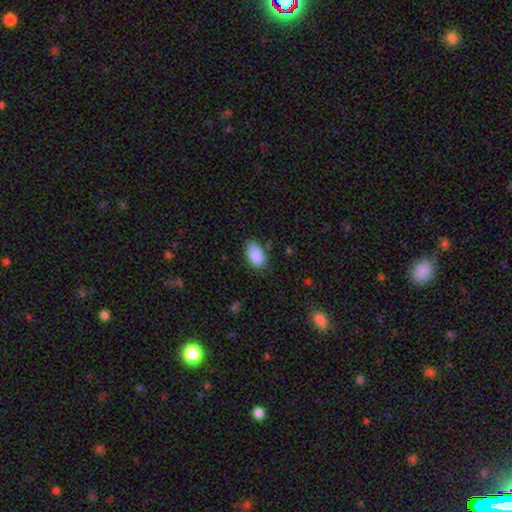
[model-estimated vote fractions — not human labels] This appears to be a smooth galaxy with no disk features (88%) that is in between round and cigar-shaped (93%). Merging: none (69%).